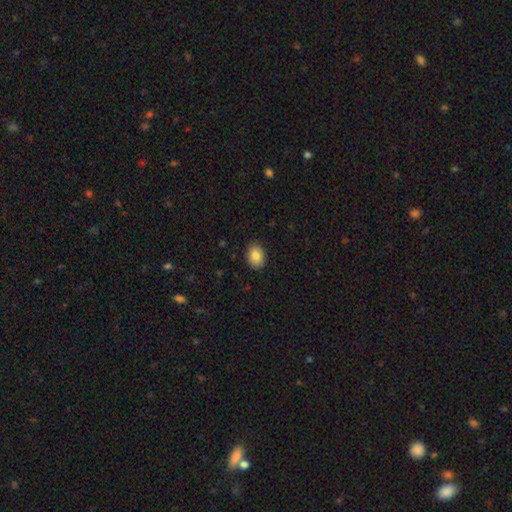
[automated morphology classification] smooth 85%, star or artifact 8%, featured or disk 7%. Down the decision tree: how rounded — in between (73%); merging — none (89%).